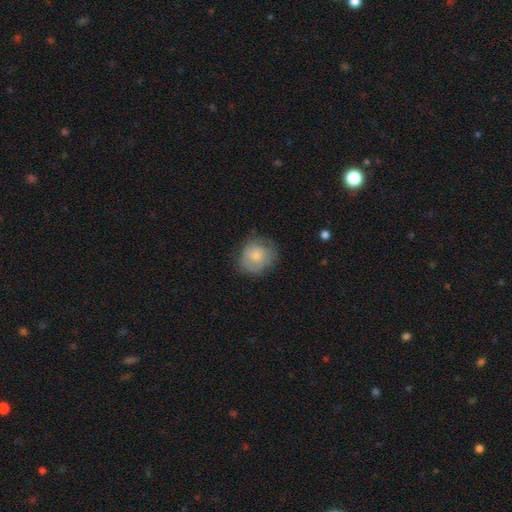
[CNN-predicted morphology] Q: Smooth or featured?
A: smooth (68%); runner-up: featured or disk (25%)
Q: How rounded?
A: round (77%); runner-up: in between (22%)
Q: Merging?
A: none (64%); runner-up: minor disturbance (25%)